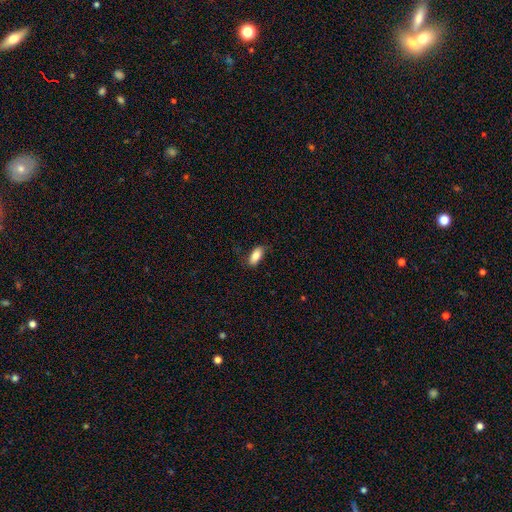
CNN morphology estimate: Smooth or featured? Predicted: smooth (p=0.84). How rounded? Predicted: in between (p=0.88). Merging? Predicted: none (p=0.77).